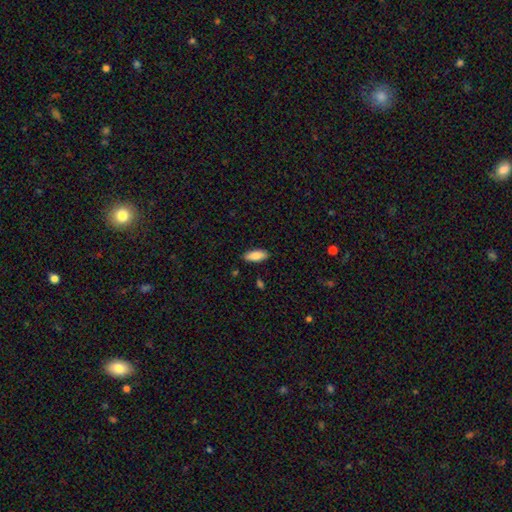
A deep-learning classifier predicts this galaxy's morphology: Q: Smooth or featured?
A: smooth (85%); runner-up: featured or disk (9%)
Q: How rounded?
A: in between (82%); runner-up: cigar-shaped (16%)
Q: Merging?
A: none (87%); runner-up: minor disturbance (9%)